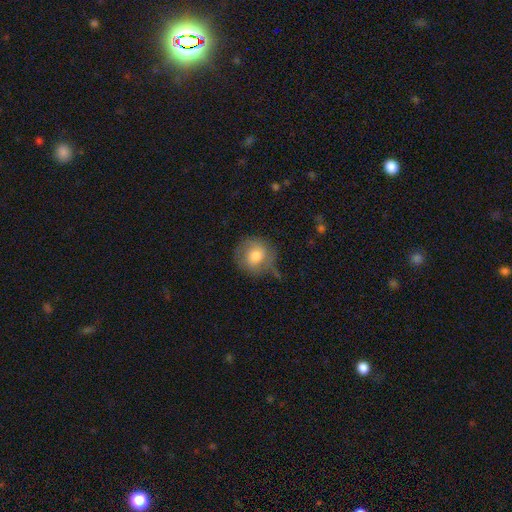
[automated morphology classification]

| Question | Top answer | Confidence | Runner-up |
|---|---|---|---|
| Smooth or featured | smooth | 71% | featured or disk (21%) |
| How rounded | round | 89% | in between (10%) |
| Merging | none | 63% | minor disturbance (24%) |